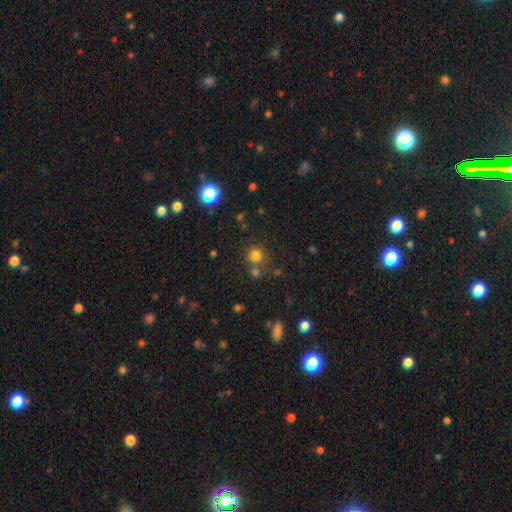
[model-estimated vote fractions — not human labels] This is likely a smooth galaxy (77%). How rounded: clearly round (90%). Merging: likely none (70%).